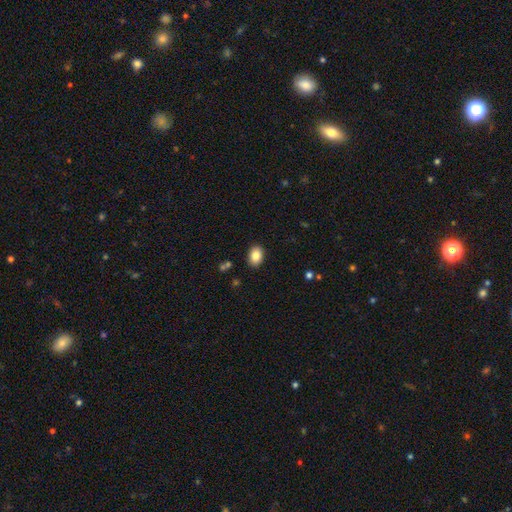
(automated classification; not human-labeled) Smooth or featured? smooth (85%)
How rounded? in between (78%)
Merging? none (89%)